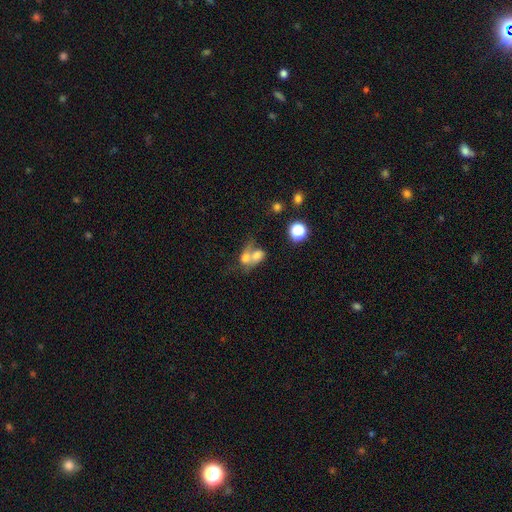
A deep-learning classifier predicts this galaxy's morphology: Smooth or featured: smooth — 66% (featured or disk — 22%)
How rounded: in between — 62% (round — 36%)
Merging: merger — 74% (none — 13%)